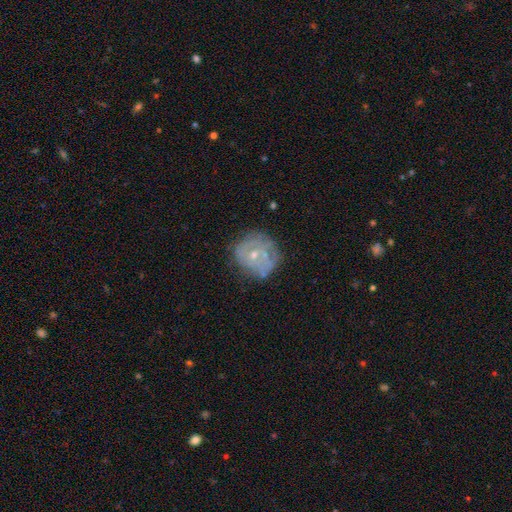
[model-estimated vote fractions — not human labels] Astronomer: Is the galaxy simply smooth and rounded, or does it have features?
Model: featured or disk — 63%.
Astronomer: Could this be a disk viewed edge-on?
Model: no — 97%.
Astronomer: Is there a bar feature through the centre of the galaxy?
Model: no — 80%.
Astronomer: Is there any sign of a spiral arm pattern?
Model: yes — 55% (runner-up: no, 45%).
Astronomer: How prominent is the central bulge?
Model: small — 57% (runner-up: moderate, 38%).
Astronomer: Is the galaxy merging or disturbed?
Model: none — 66%.